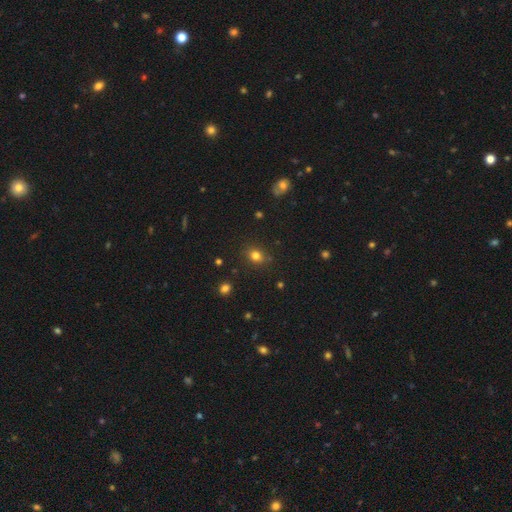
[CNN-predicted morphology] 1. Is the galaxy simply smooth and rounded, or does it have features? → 77% smooth, 16% star or artifact, 7% featured or disk.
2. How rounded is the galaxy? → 63% round, 36% in between, 1% cigar-shaped.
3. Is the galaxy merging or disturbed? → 82% none, 11% minor disturbance, 3% major disturbance, 3% merger.